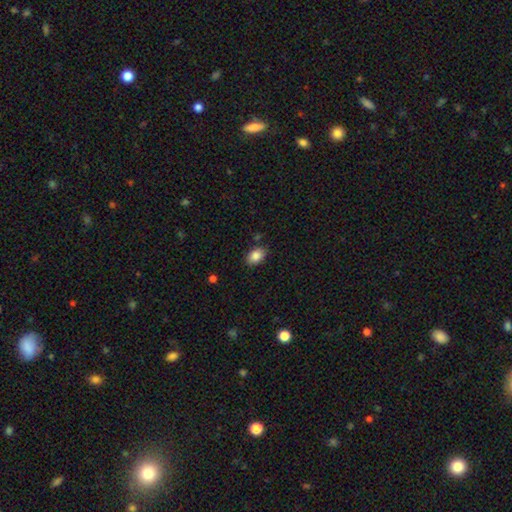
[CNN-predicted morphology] This appears to be a smooth galaxy with no disk features (86%) that is in between round and cigar-shaped (83%). Merging: none (83%).